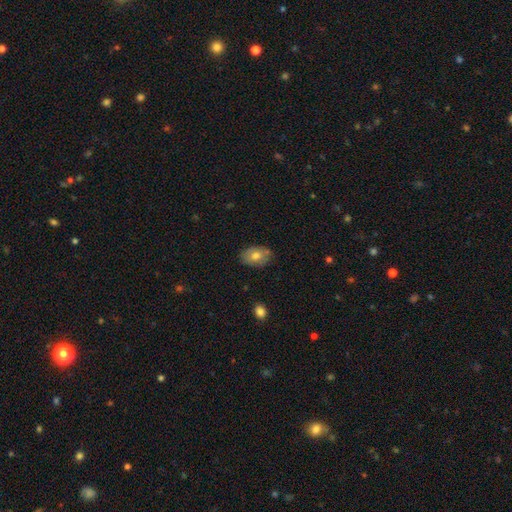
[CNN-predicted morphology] This is likely a smooth galaxy (74%). How rounded: clearly in between (84%). Merging: likely none (80%).